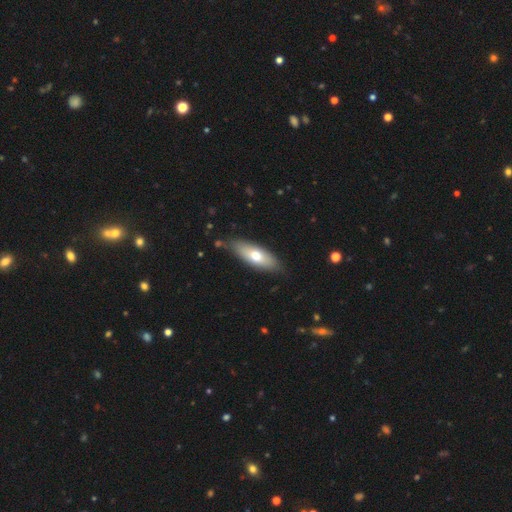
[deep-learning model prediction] Smooth or featured? Predicted: smooth (p=0.66). How rounded? Predicted: in between (p=0.67). Merging? Predicted: none (p=0.79).